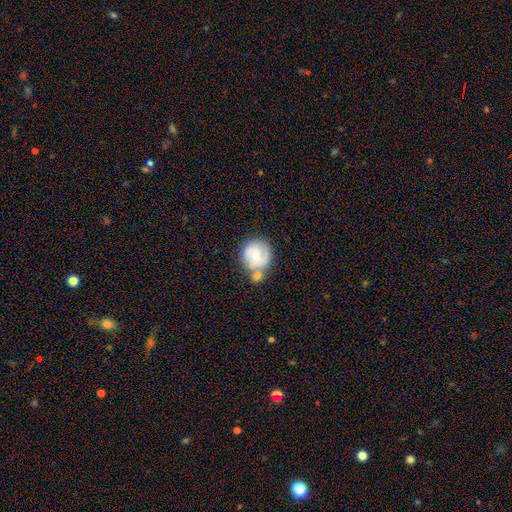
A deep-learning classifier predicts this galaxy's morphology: This appears to be a smooth galaxy with no disk features (52%) that is round (84%). Merging: none (42%).